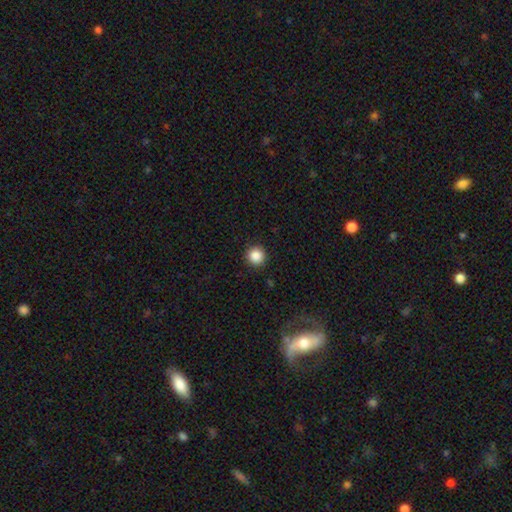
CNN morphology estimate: A smooth galaxy with no disk features (87%) that is round (95%).

Vote fractions:
- Smooth or featured? smooth: 87% / star or artifact: 10% / featured or disk: 3%
- How rounded? round: 95% / in between: 4% / cigar-shaped: 1%
- Merging? none: 91% / minor disturbance: 6% / major disturbance: 2% / merger: 1%